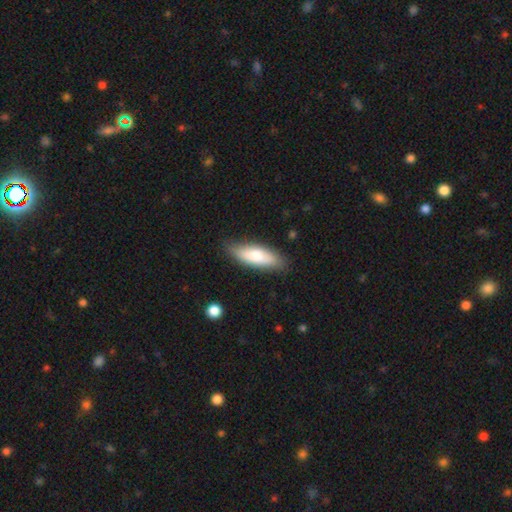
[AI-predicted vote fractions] This is likely a smooth galaxy (73%). How rounded: possibly in between (57%). Merging: clearly none (81%).